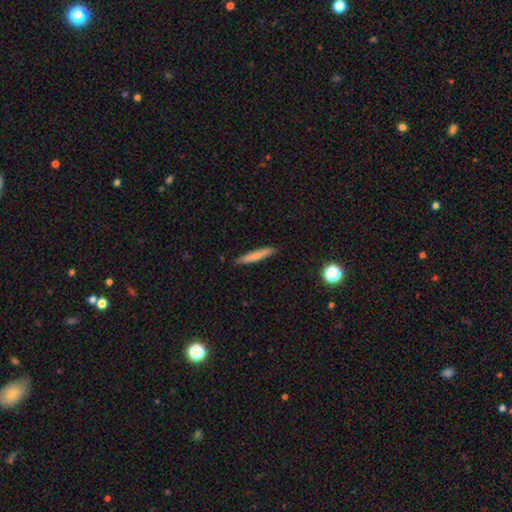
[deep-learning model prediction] Overall: smooth (72%). How rounded: cigar-shaped (92%). Merging: none (87%).